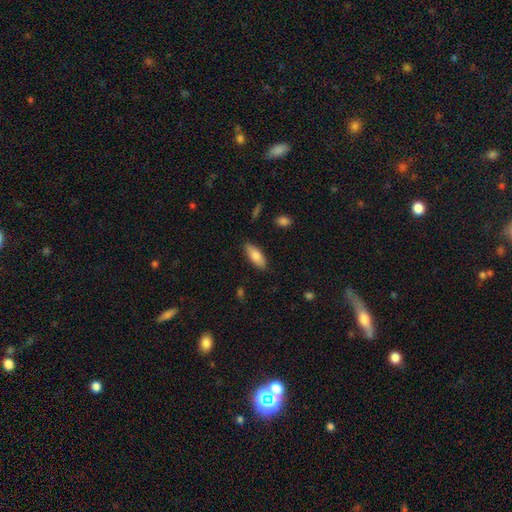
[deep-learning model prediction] Morphology: type=smooth (78%); roundness=in between (77%); merging=none (85%).